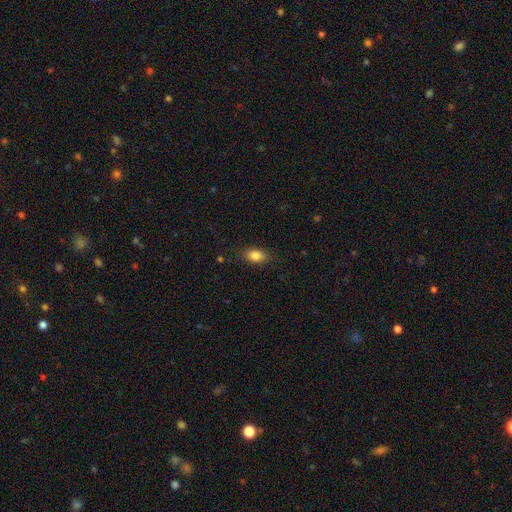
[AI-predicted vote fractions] Smooth or featured?
  - smooth: 85% *
  - star or artifact: 9%
  - featured or disk: 7%
How rounded?
  - in between: 84% *
  - round: 14%
  - cigar-shaped: 2%
Merging?
  - none: 84% *
  - minor disturbance: 12%
  - major disturbance: 3%
  - merger: 1%